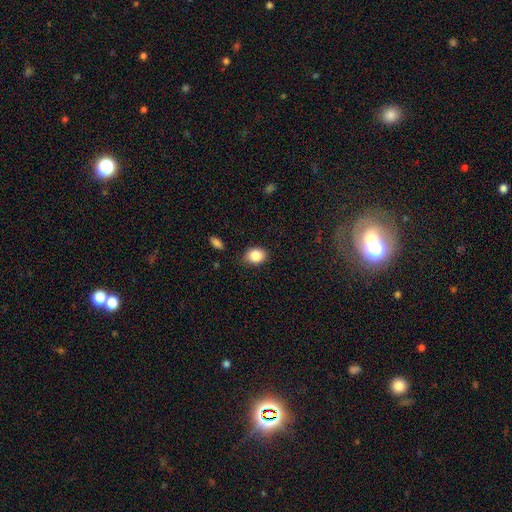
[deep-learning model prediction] A smooth galaxy with no disk features (86%) that is in between round and cigar-shaped (56%).

Vote fractions:
- Smooth or featured? smooth: 86% / star or artifact: 9% / featured or disk: 5%
- How rounded? in between: 56% / round: 43% / cigar-shaped: 1%
- Merging? none: 82% / minor disturbance: 13% / major disturbance: 3% / merger: 2%